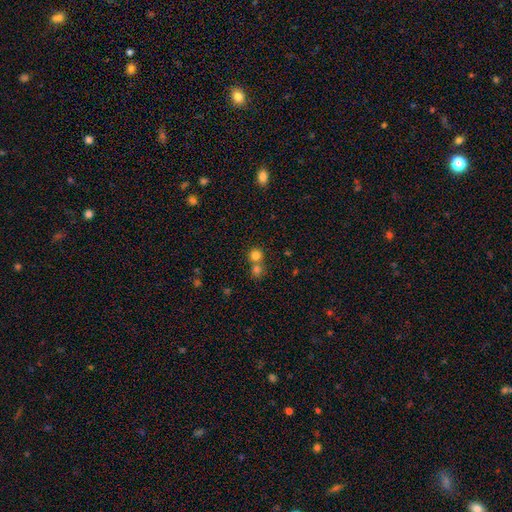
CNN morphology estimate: Smooth or featured? smooth (79%)
How rounded? round (91%)
Merging? none (53%)